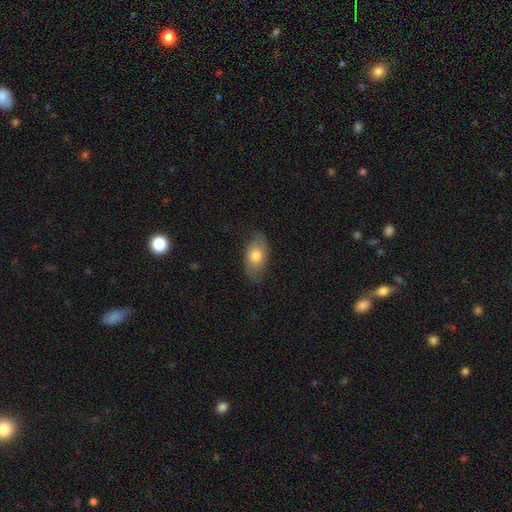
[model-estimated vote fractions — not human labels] This appears to be a smooth galaxy with no disk features (71%) that is in between round and cigar-shaped (90%). Merging: none (74%).